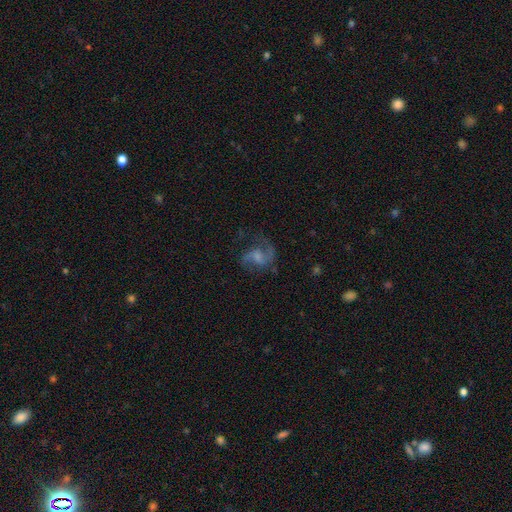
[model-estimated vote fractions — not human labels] The model was most divided on "bar": weak: 46%, no: 43%, strong: 11%. Remaining: edge-on disk — no (98%); spiral arms — yes (96%); spiral arm count — 2 (86%); smooth or featured — featured or disk (82%); merging — none (72%); spiral winding — medium (50%); bulge size — small (43%).